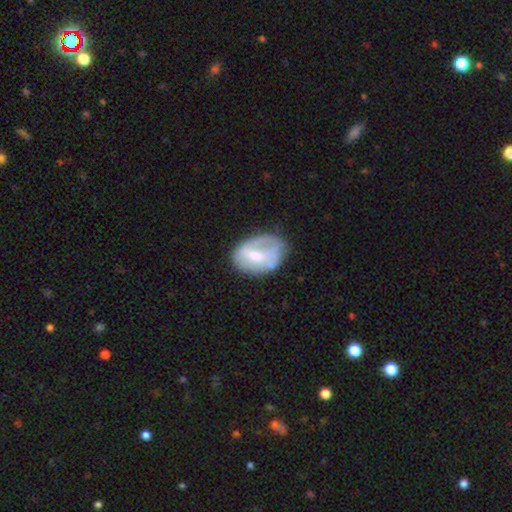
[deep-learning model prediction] featured or disk 51%, smooth 43%, star or artifact 7%. Down the decision tree: edge-on disk — no (95%); merging — none (50%).